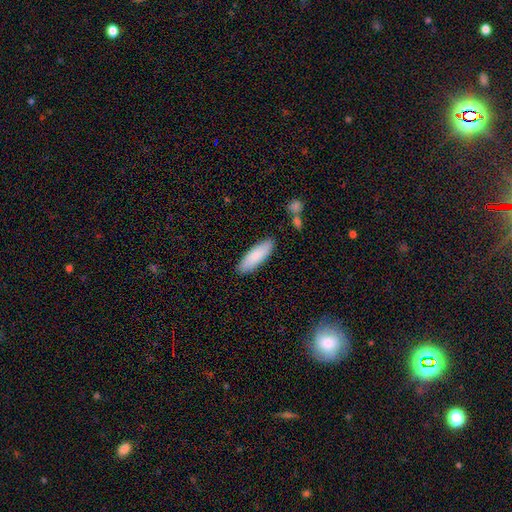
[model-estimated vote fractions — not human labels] Smooth or featured?
  - smooth: 86% *
  - featured or disk: 9%
  - star or artifact: 5%
How rounded?
  - in between: 54% *
  - cigar-shaped: 45%
  - round: 1%
Merging?
  - none: 88% *
  - minor disturbance: 9%
  - major disturbance: 2%
  - merger: 2%